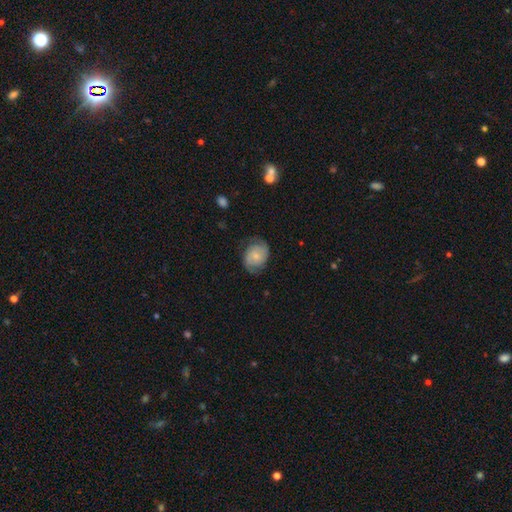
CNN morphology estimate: type=featured or disk (59%); edge-on=no (97%); bar=no (64%); spiral arms=yes (89%); winding=medium (42%); arm count=2 (83%); bulge=small (56%); merging=none (69%).